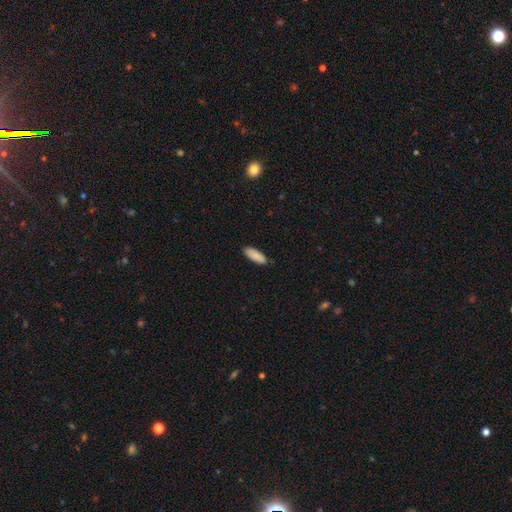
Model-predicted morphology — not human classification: Q: Smooth or featured?
A: smooth (89%); runner-up: star or artifact (6%)
Q: How rounded?
A: in between (70%); runner-up: cigar-shaped (28%)
Q: Merging?
A: none (85%); runner-up: minor disturbance (12%)